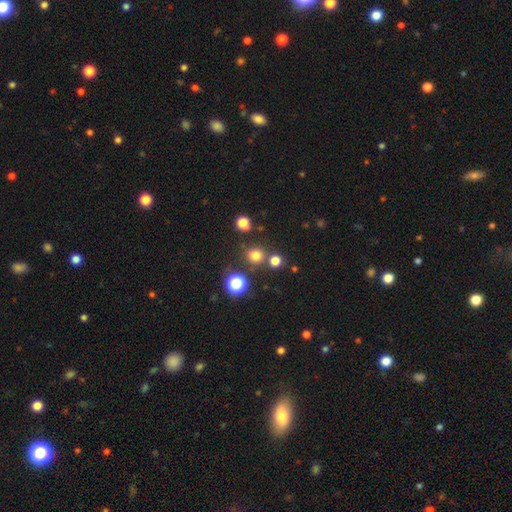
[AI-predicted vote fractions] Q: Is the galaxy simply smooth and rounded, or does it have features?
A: smooth — 73%.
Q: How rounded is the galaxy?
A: round — 89%.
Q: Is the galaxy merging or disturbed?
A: none — 78%.